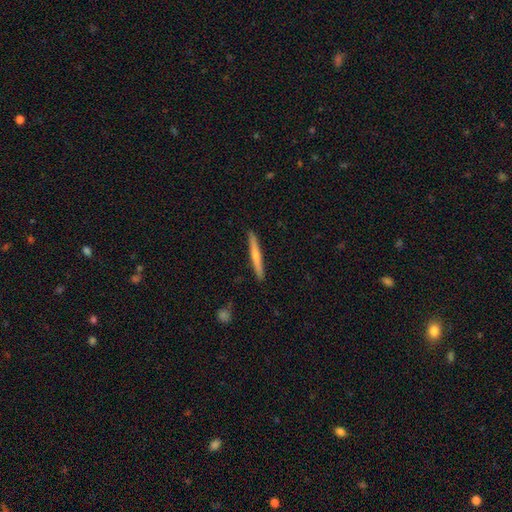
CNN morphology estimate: type=smooth (51%); roundness=cigar-shaped (96%); merging=none (91%).